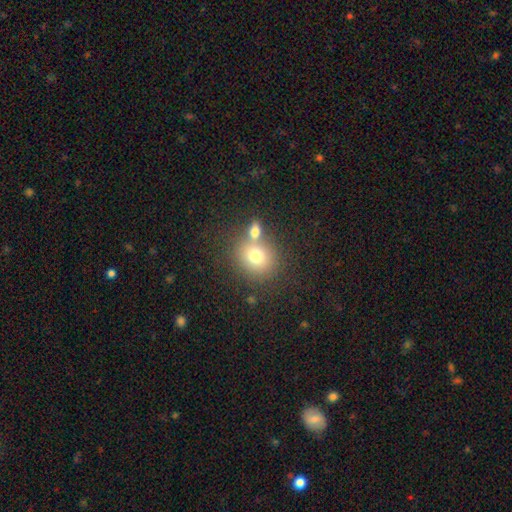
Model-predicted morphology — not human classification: This is likely a smooth galaxy (75%). How rounded: likely round (73%). Merging: possibly none (54%).